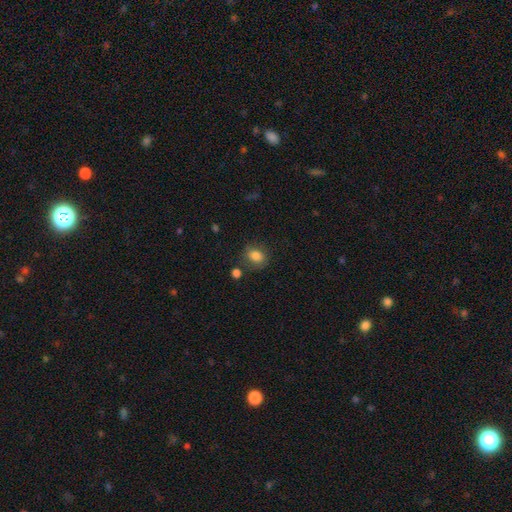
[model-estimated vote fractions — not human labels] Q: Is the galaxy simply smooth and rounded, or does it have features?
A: smooth — 83%.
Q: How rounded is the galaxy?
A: round — 51%.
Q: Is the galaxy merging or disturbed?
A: none — 71%.